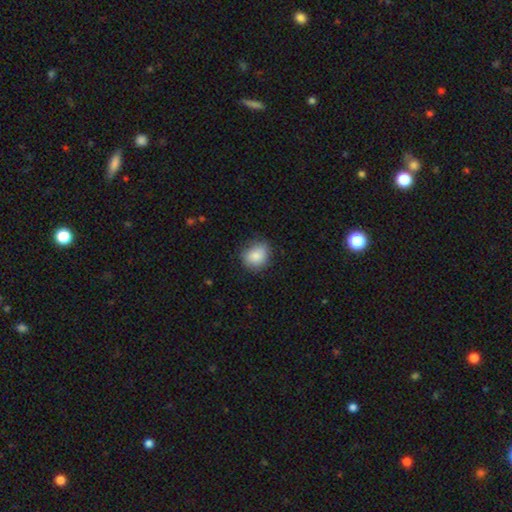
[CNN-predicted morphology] smooth_or_featured: smooth (p=0.85) [alt: star or artifact p=0.08]
how_rounded: round (p=0.67) [alt: in between p=0.32]
merging: none (p=0.76) [alt: minor disturbance p=0.19]